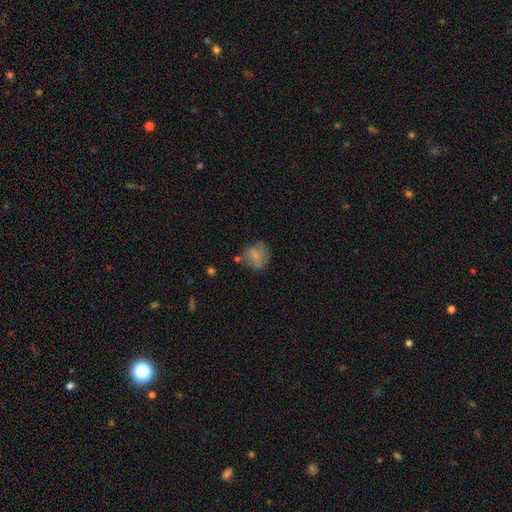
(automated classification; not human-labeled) A smooth galaxy with no disk features (69%) that is round (73%). Merging: none (56%).